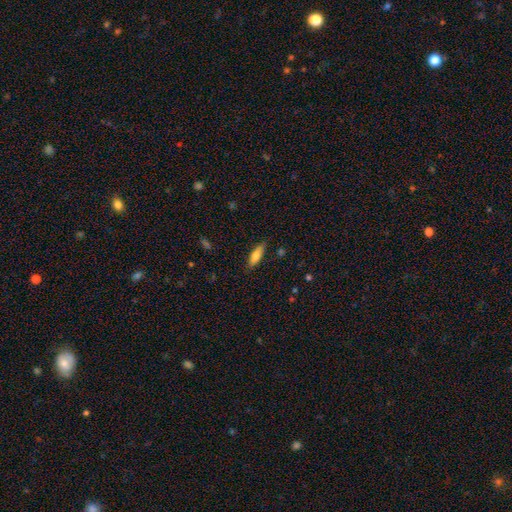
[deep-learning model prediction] The model was most divided on "how rounded": cigar-shaped: 52%, in between: 46%, round: 2%. More confident: merging — none (83%); smooth or featured — smooth (74%).